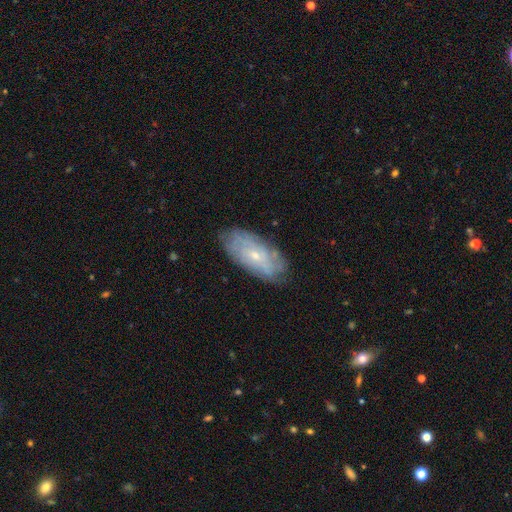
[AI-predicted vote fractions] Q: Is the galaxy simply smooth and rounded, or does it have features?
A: featured or disk — 63%.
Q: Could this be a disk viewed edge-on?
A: no — 90%.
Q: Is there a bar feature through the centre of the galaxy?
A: no — 74%.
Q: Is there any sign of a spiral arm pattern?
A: yes — 75%.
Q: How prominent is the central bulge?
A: small — 73%.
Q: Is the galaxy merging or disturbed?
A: none — 76%.